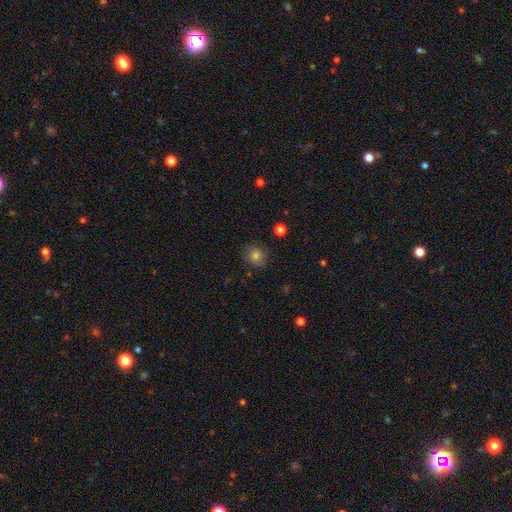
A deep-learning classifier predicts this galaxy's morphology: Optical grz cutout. It shows a smooth galaxy with no disk features (80%) that is round (76%). Merging: none (84%).